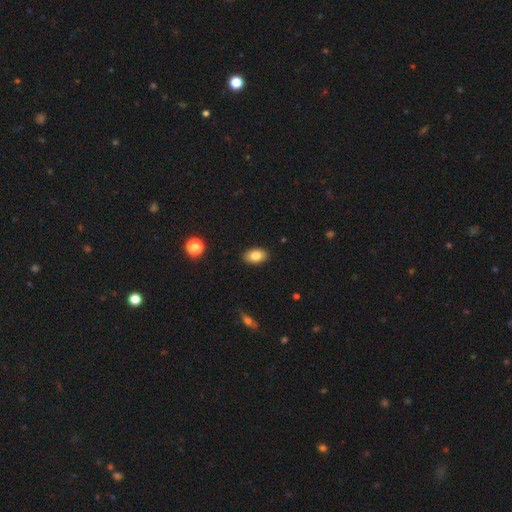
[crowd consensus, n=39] Smooth or featured? smooth (85%)
How rounded? in between (91%)
Merging? none (92%)